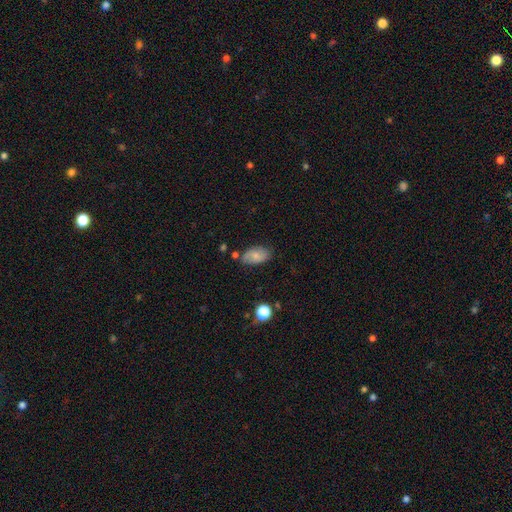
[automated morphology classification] type=smooth (73%); roundness=in between (93%); merging=none (71%).